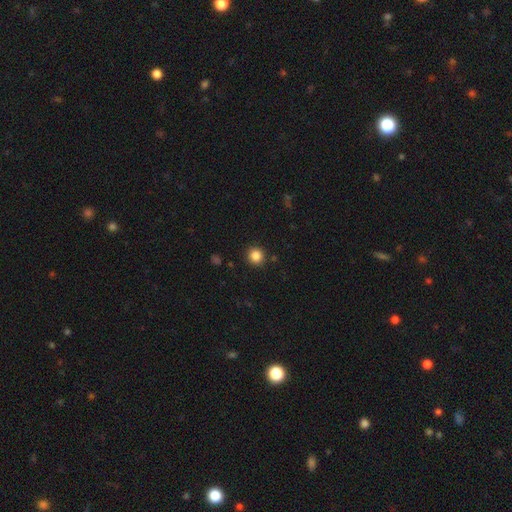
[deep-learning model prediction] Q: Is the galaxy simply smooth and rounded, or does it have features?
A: smooth — 85%.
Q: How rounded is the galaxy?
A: round — 92%.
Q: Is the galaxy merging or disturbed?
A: none — 90%.